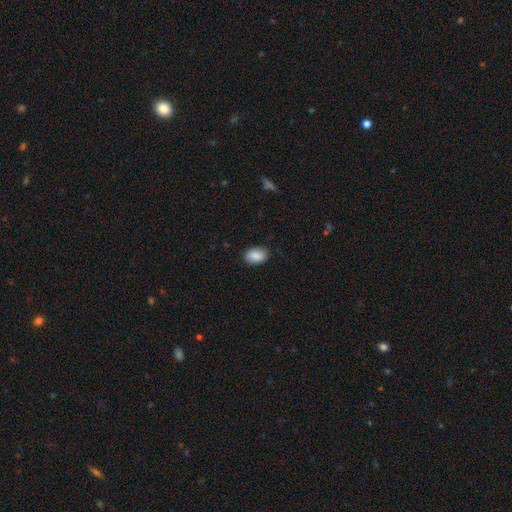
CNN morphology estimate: A smooth galaxy with no disk features (88%) that is in between round and cigar-shaped (87%).

Vote fractions:
- Smooth or featured? smooth: 88% / star or artifact: 7% / featured or disk: 5%
- How rounded? in between: 87% / round: 12% / cigar-shaped: 1%
- Merging? none: 86% / minor disturbance: 10% / major disturbance: 2% / merger: 1%